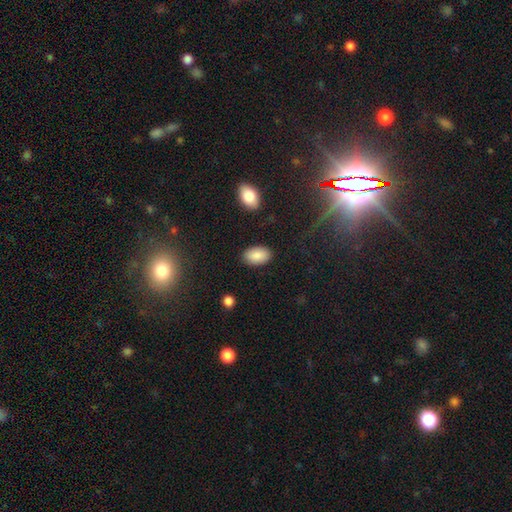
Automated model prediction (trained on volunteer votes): Smooth or featured?
  - smooth: 87% *
  - star or artifact: 7%
  - featured or disk: 6%
How rounded?
  - in between: 93% *
  - round: 6%
  - cigar-shaped: 1%
Merging?
  - none: 87% *
  - minor disturbance: 9%
  - major disturbance: 2%
  - merger: 1%